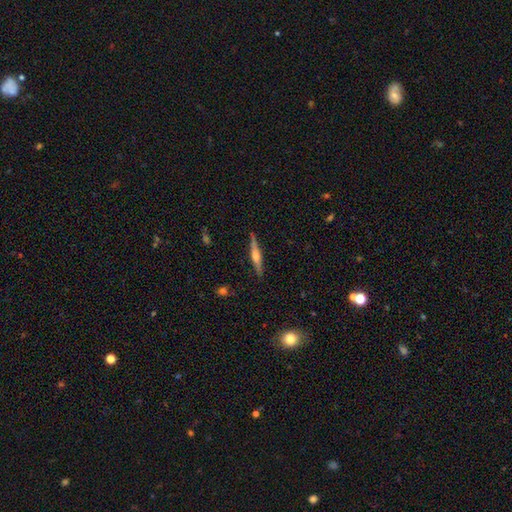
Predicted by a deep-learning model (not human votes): Smooth or featured?
  - featured or disk: 71% *
  - smooth: 23%
  - star or artifact: 6%
Edge-on disk?
  - yes: 98% *
  - no: 2%
Edge-on bulge?
  - rounded: 89% *
  - boxy: 7%
  - none: 4%
Merging?
  - none: 90% *
  - minor disturbance: 7%
  - major disturbance: 2%
  - merger: 1%